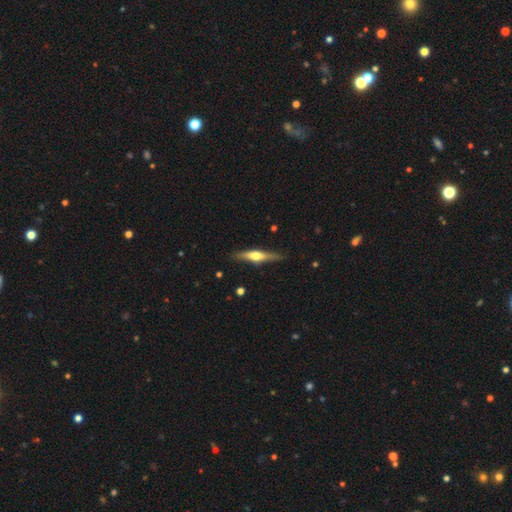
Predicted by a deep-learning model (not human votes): The model was most divided on "smooth or featured": featured or disk: 62%, smooth: 33%, star or artifact: 5%. More confident: edge-on disk — yes (96%); edge-on bulge — rounded (90%); merging — none (86%).